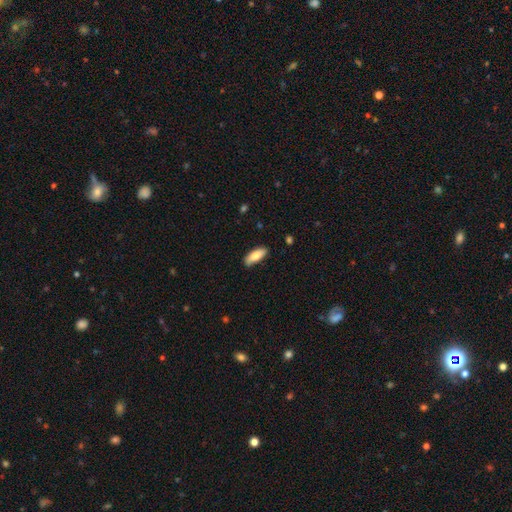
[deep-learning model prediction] Morphology: type=smooth (81%); roundness=in between (74%); merging=none (83%).